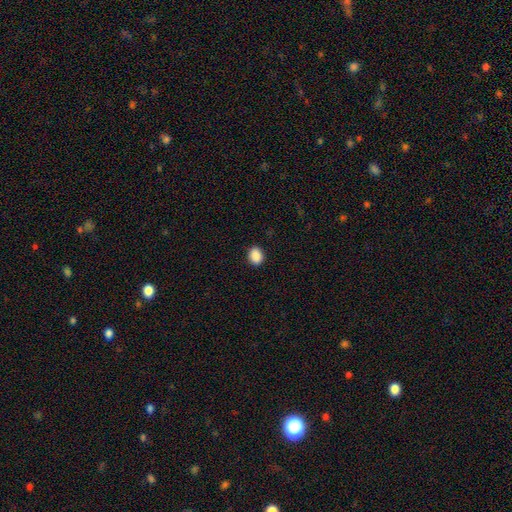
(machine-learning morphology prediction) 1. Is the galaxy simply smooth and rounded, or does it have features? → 90% smooth, 8% star or artifact, 2% featured or disk.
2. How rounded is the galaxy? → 57% in between, 42% round, 1% cigar-shaped.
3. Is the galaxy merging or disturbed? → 90% none, 7% minor disturbance, 2% major disturbance, 1% merger.